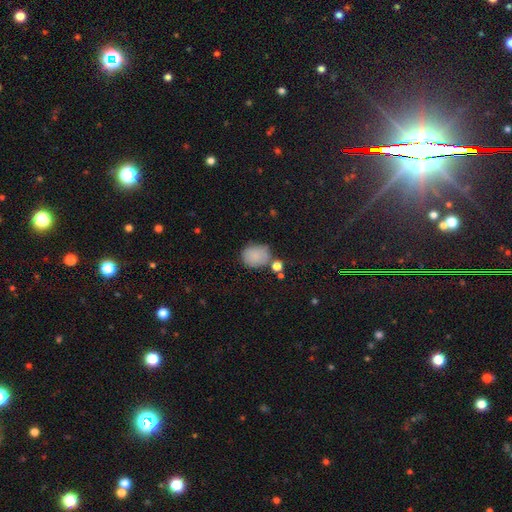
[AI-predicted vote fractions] smooth 82%, star or artifact 10%, featured or disk 7%. Down the decision tree: how rounded — round (57%); merging — none (65%).